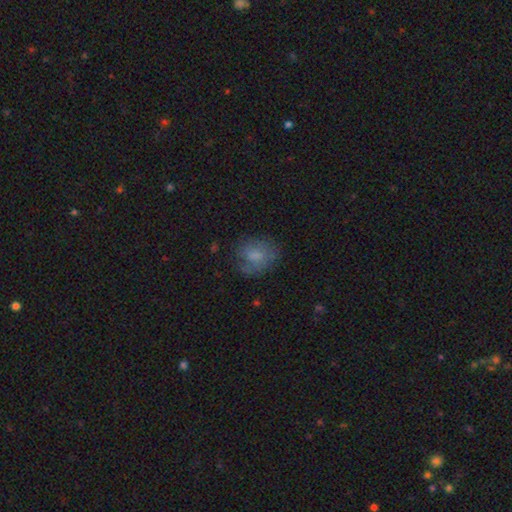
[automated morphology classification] Smooth or featured: smooth — 64% (featured or disk — 26%)
How rounded: round — 51% (in between — 48%)
Merging: none — 58% (minor disturbance — 24%)